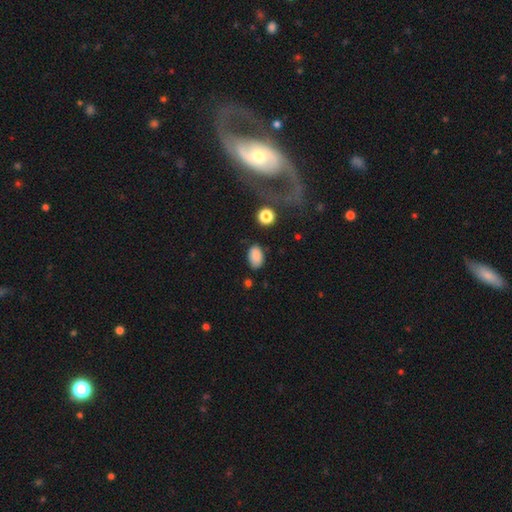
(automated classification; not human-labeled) Morphology: type=smooth (86%); roundness=in between (90%); merging=none (76%).